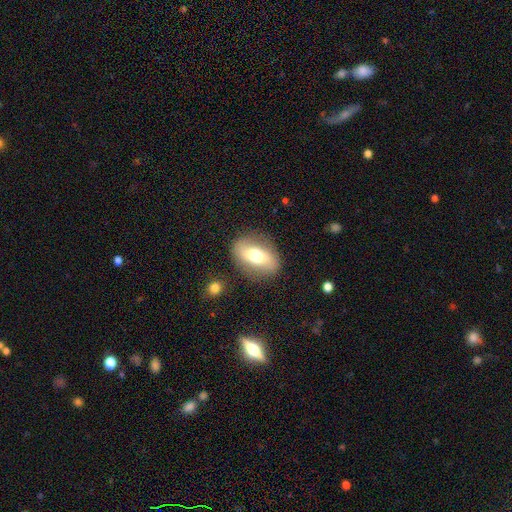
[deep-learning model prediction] Overall: smooth (53%; featured or disk 40%). How rounded: in between (81%). Merging: none (82%).